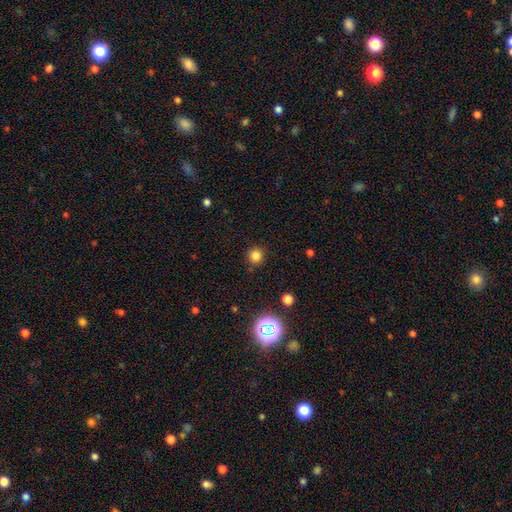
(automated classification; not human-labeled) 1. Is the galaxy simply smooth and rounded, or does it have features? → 79% smooth, 16% star or artifact, 4% featured or disk.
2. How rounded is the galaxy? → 93% round, 6% in between, 1% cigar-shaped.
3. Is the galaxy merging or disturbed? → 89% none, 7% minor disturbance, 2% major disturbance, 2% merger.